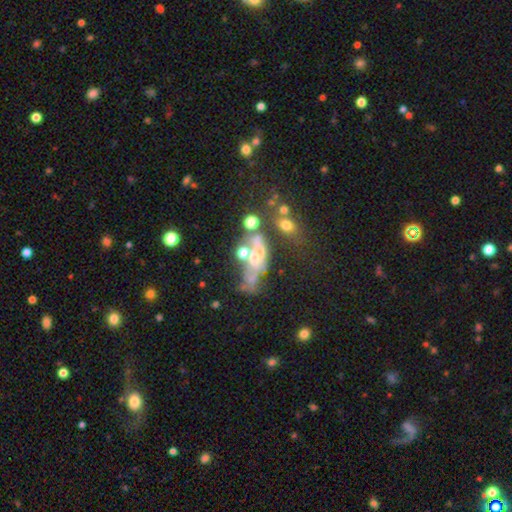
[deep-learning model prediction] Smooth or featured? Predicted: featured or disk (p=0.50). Merging? Predicted: merger (p=0.34).